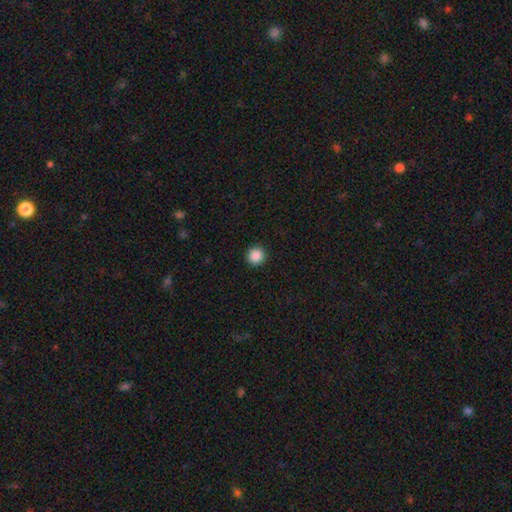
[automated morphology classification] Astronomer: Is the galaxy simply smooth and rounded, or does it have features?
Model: smooth — 88%.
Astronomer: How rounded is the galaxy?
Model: round — 95%.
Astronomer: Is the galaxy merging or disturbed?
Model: none — 92%.